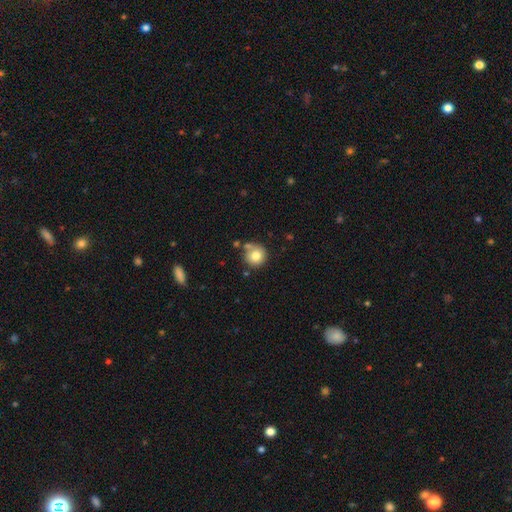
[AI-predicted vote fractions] This is likely a smooth galaxy (78%). How rounded: clearly round (92%). Merging: likely none (66%).